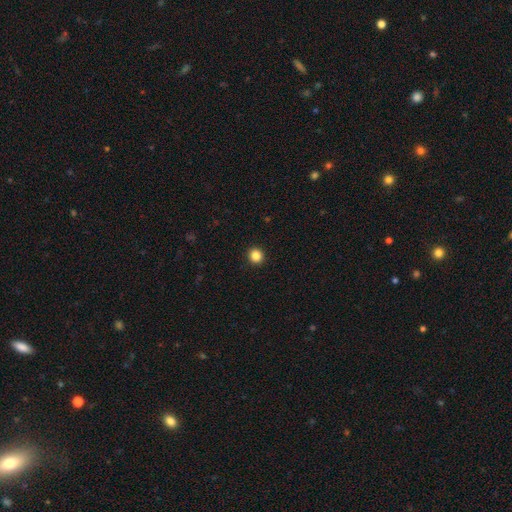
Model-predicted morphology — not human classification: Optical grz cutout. It shows a smooth galaxy with no disk features (85%) that is round (93%). Merging: none (93%).